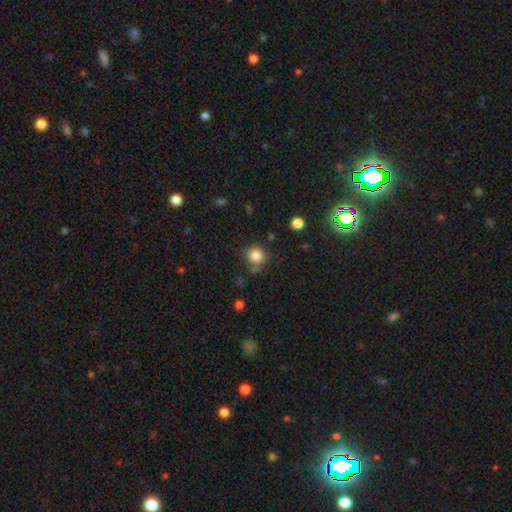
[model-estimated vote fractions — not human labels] This appears to be a smooth galaxy with no disk features (83%) that is round (92%). Merging: none (74%).